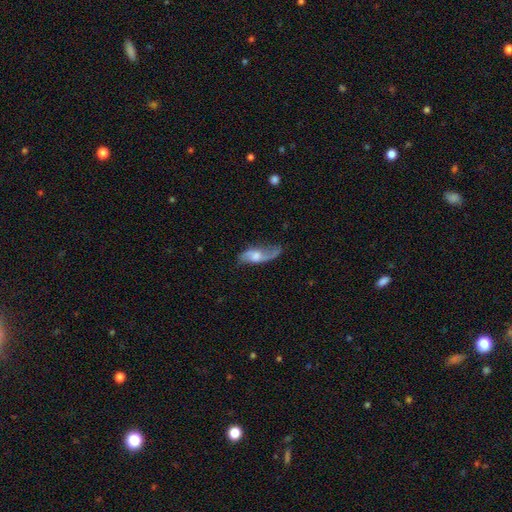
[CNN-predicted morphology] Smooth or featured?
  - featured or disk: 73% *
  - smooth: 20%
  - star or artifact: 7%
Edge-on disk?
  - no: 86% *
  - yes: 14%
Bar?
  - no: 54% *
  - weak: 37%
  - strong: 9%
Spiral arms?
  - yes: 91% *
  - no: 9%
Spiral winding?
  - loose: 74% *
  - medium: 20%
  - tight: 6%
Spiral arm count?
  - 2: 83% *
  - 1: 9%
  - can't tell: 5%
  - 3: 1%
  - 4: 1%
  - more than 4: 1%
Bulge size?
  - moderate: 52% *
  - small: 24%
  - large: 14%
  - none: 9%
  - dominant: 2%
Merging?
  - none: 61% *
  - minor disturbance: 24%
  - major disturbance: 13%
  - merger: 3%